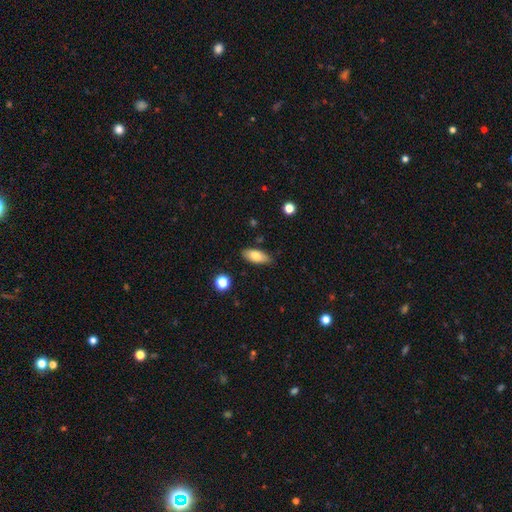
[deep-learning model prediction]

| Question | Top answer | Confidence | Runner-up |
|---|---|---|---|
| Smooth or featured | smooth | 79% | featured or disk (14%) |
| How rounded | in between | 83% | cigar-shaped (14%) |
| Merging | none | 83% | minor disturbance (13%) |